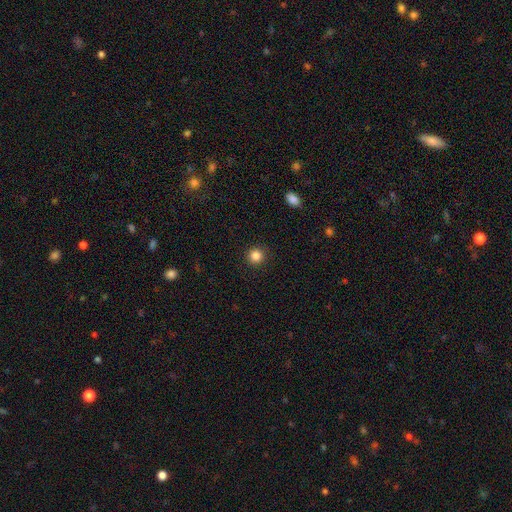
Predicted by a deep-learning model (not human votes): Smooth or featured: smooth — 85% (star or artifact — 12%)
How rounded: round — 94% (in between — 5%)
Merging: none — 92% (minor disturbance — 5%)